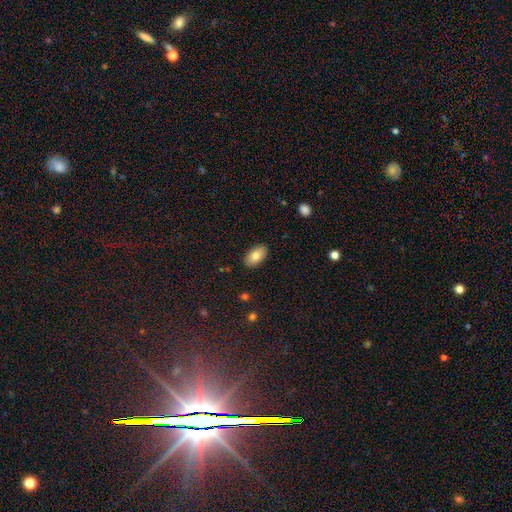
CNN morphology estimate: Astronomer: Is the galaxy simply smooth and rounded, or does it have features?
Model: smooth — 79%.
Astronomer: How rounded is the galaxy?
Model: in between — 93%.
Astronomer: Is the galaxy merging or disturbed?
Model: none — 88%.